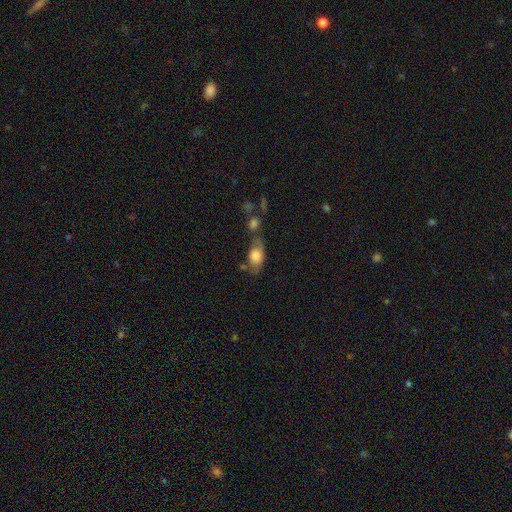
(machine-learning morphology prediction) Smooth or featured: smooth — 75% (featured or disk — 18%)
How rounded: in between — 81% (round — 13%)
Merging: none — 42% (merger — 24%)